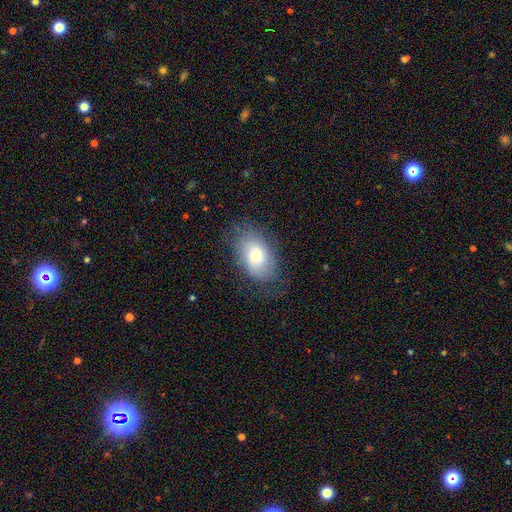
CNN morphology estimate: Smooth or featured?
  - smooth: 63% *
  - featured or disk: 28%
  - star or artifact: 9%
How rounded?
  - in between: 87% *
  - round: 12%
  - cigar-shaped: 1%
Merging?
  - none: 67% *
  - minor disturbance: 21%
  - major disturbance: 11%
  - merger: 1%